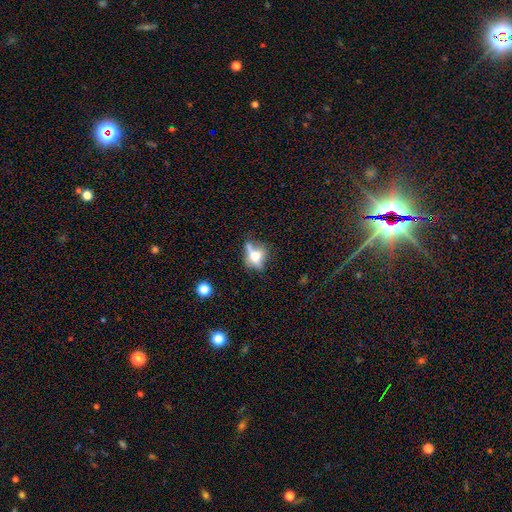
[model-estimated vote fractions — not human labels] A smooth galaxy with no disk features (43%, tied with featured or disk). Merging: none (50%).